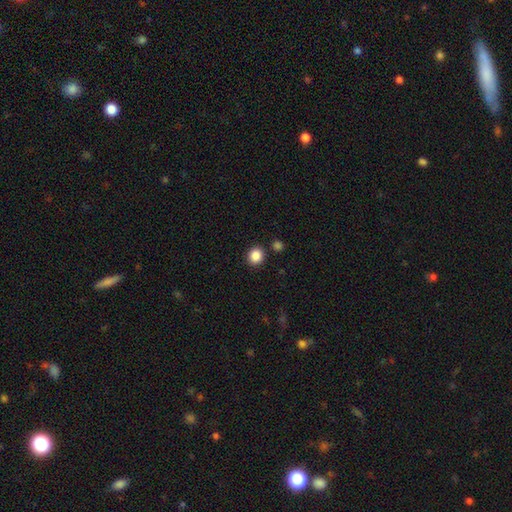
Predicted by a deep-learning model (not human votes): smooth_or_featured: smooth (p=0.87) [alt: star or artifact p=0.10]
how_rounded: round (p=0.81) [alt: in between p=0.19]
merging: none (p=0.86) [alt: minor disturbance p=0.07]